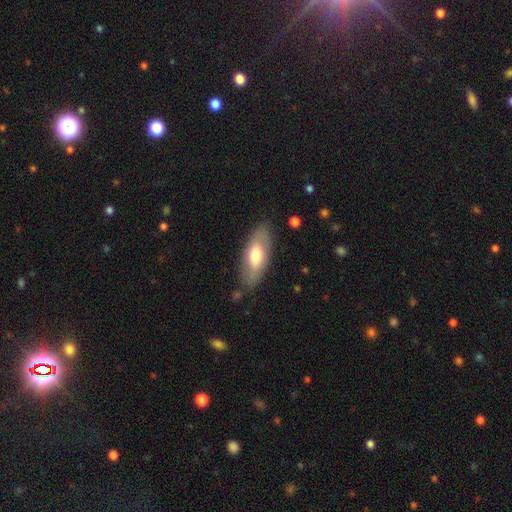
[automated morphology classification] A smooth galaxy with no disk features (62%) that is in between round and cigar-shaped (82%).

Vote fractions:
- Smooth or featured? smooth: 62% / featured or disk: 33% / star or artifact: 6%
- How rounded? in between: 82% / cigar-shaped: 15% / round: 3%
- Merging? none: 82% / minor disturbance: 13% / major disturbance: 3% / merger: 2%